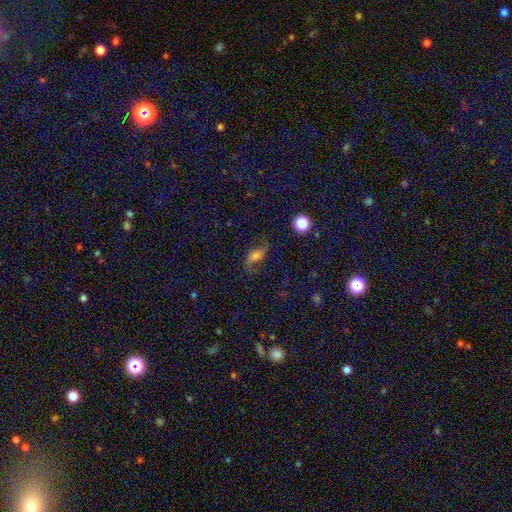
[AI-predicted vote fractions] smooth-or-featured: featured or disk: 59% | smooth: 27% | star or artifact: 14%
  disk-edge-on: no: 91% | yes: 9%
    bar: no: 53% | weak: 33% | strong: 15%
    has-spiral-arms: yes: 91% | no: 9%
    bulge-size: moderate: 26% | large: 23% | none: 22% | small: 21% | dominant: 7%
  merging: none: 68% | minor disturbance: 17% | major disturbance: 13% | merger: 2%